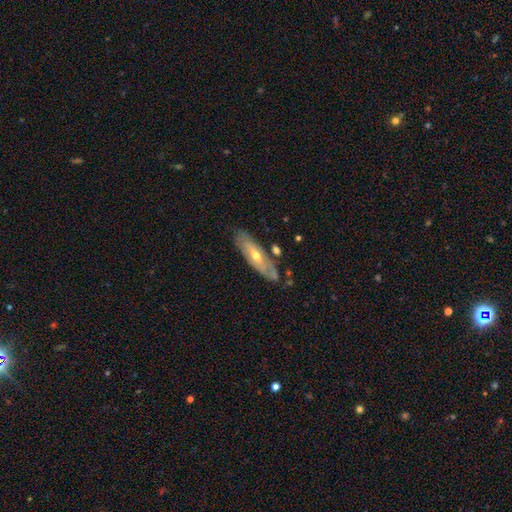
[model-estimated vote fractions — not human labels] A featured or disk galaxy (63%). Merging: none (77%).